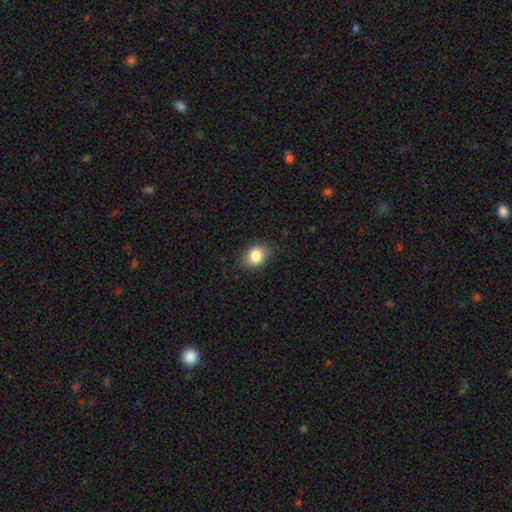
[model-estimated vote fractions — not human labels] The model was most divided on "how rounded": in between: 61%, round: 38%, cigar-shaped: 1%. More confident: smooth or featured — smooth (84%); merging — none (80%).